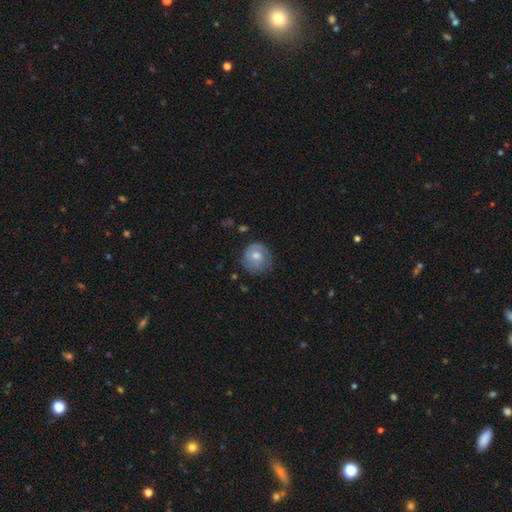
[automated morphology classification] This appears to be a smooth galaxy with no disk features (48%). Merging: none (71%).